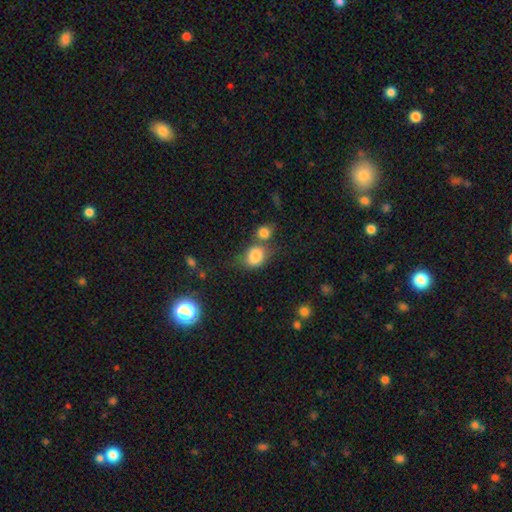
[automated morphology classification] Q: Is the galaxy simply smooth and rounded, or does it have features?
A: smooth — 81%.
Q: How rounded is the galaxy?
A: in between — 53%.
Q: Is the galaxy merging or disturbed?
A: none — 45%.